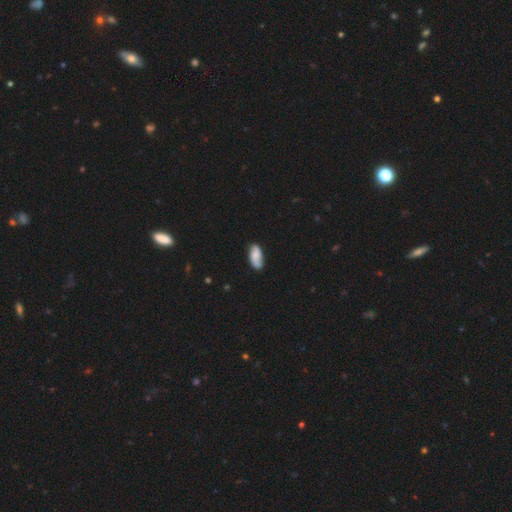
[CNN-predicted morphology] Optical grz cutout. It shows a smooth galaxy with no disk features (61%) that is in between round and cigar-shaped (88%). Merging: none (73%).